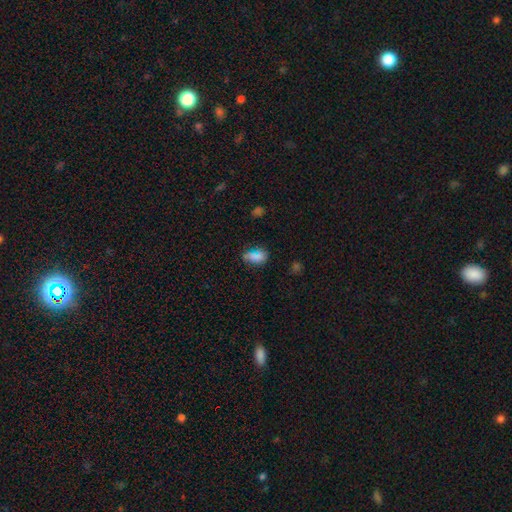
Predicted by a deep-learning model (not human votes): smooth_or_featured: smooth (p=0.72) [alt: star or artifact p=0.19]
how_rounded: in between (p=0.84) [alt: round p=0.12]
merging: none (p=0.66) [alt: minor disturbance p=0.21]